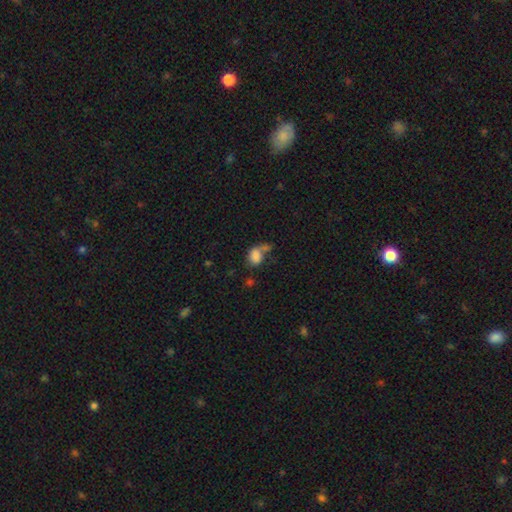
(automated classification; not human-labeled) This appears to be a smooth galaxy with no disk features (80%) that is in between round and cigar-shaped (69%). Merging: merger (36%).